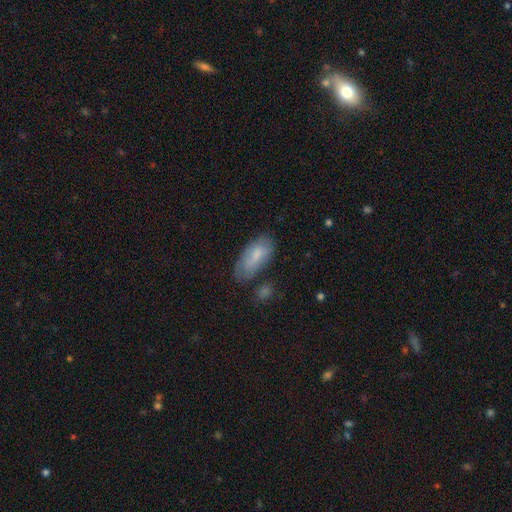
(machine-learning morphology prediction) A smooth galaxy with no disk features (76%) that is in between round and cigar-shaped (88%).

Vote fractions:
- Smooth or featured? smooth: 76% / featured or disk: 18% / star or artifact: 6%
- How rounded? in between: 88% / cigar-shaped: 10% / round: 2%
- Merging? none: 61% / minor disturbance: 25% / major disturbance: 7% / merger: 6%